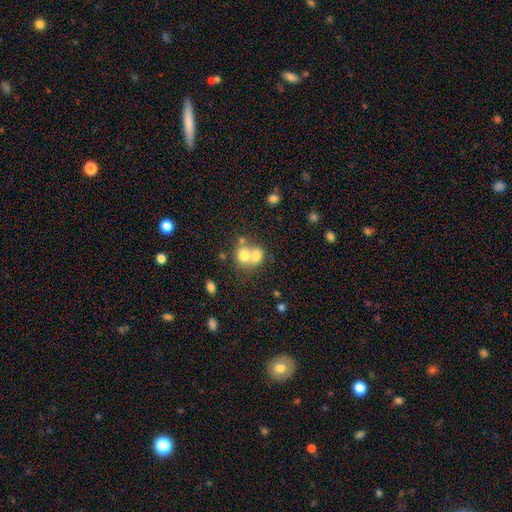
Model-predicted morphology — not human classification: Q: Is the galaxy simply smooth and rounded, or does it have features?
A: smooth — 72%.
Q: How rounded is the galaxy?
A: round — 63%.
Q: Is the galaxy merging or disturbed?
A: merger — 65%.